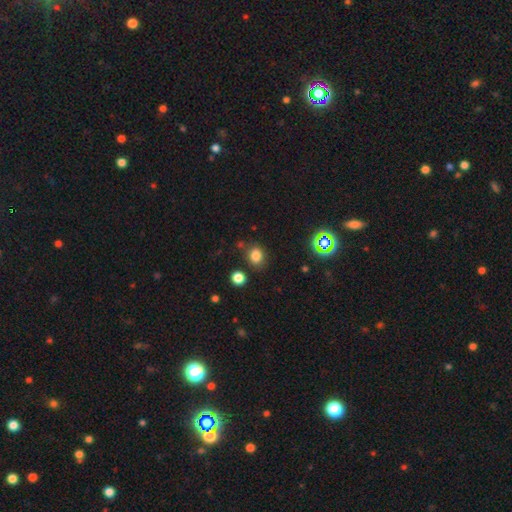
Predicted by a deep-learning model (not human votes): A smooth galaxy with no disk features (78%) that is round (61%).

Vote fractions:
- Smooth or featured? smooth: 78% / star or artifact: 16% / featured or disk: 6%
- How rounded? round: 61% / in between: 38% / cigar-shaped: 1%
- Merging? none: 78% / minor disturbance: 12% / merger: 6% / major disturbance: 4%